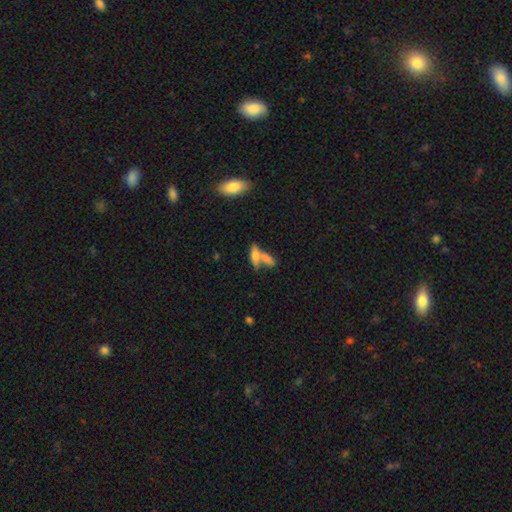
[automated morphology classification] smooth 62%, featured or disk 27%, star or artifact 11%. Down the decision tree: how rounded — in between (50%); merging — merger (52%).